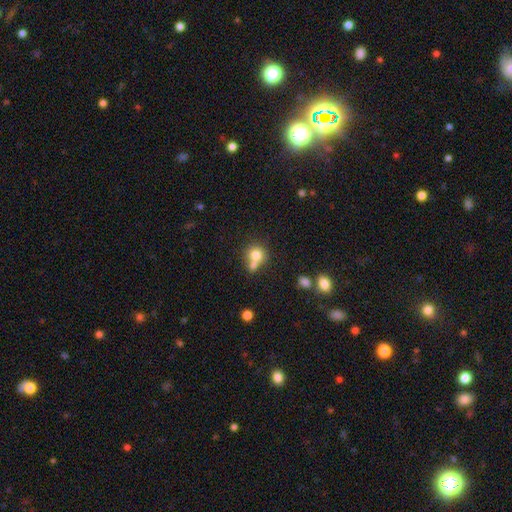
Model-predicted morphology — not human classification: A smooth galaxy with no disk features (77%) that is round (80%).

Vote fractions:
- Smooth or featured? smooth: 77% / featured or disk: 12% / star or artifact: 11%
- How rounded? round: 80% / in between: 19% / cigar-shaped: 1%
- Merging? merger: 45% / none: 41% / minor disturbance: 10% / major disturbance: 4%